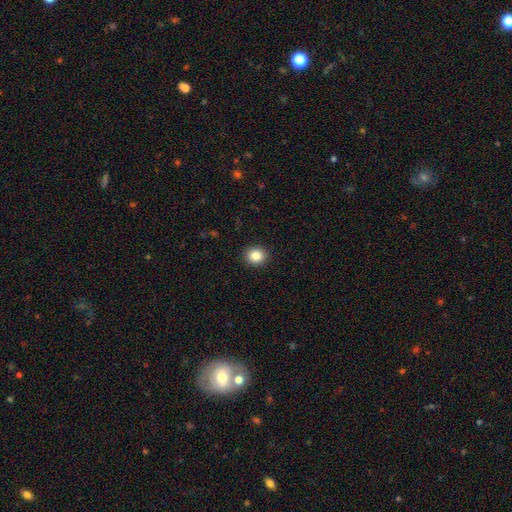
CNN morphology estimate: Overall: smooth (85%). How rounded: round (79%). Merging: none (92%).